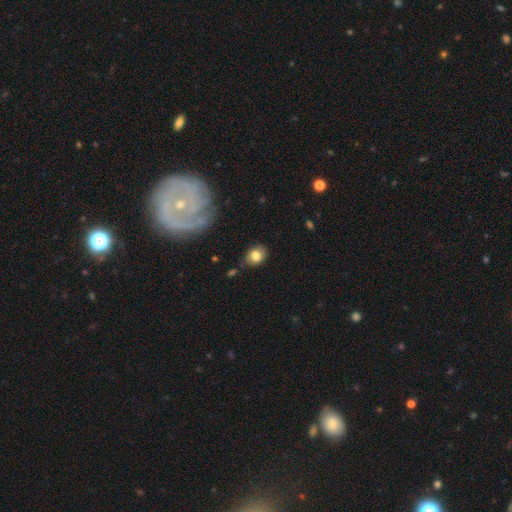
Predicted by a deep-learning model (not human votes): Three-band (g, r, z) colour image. It shows a smooth galaxy with no disk features (80%) that is in between round and cigar-shaped (57%). Merging: none (76%).